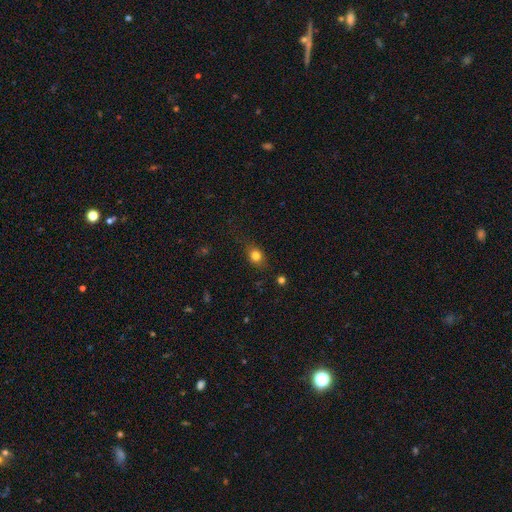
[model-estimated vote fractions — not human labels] smooth 79%, star or artifact 12%, featured or disk 9%. Down the decision tree: how rounded — round (49%); merging — none (74%).